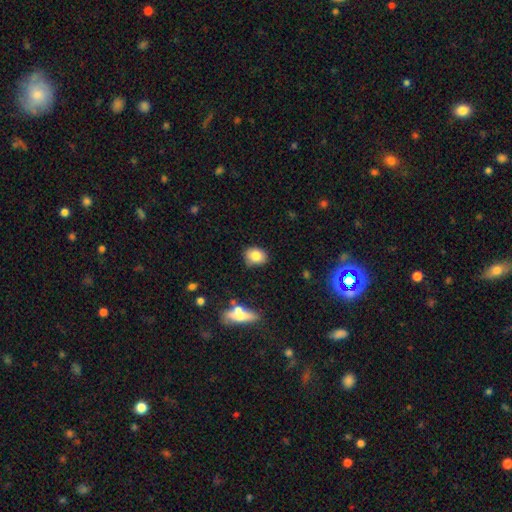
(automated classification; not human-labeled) This is clearly a smooth galaxy (83%). How rounded: possibly in between (52%). Merging: clearly none (81%).